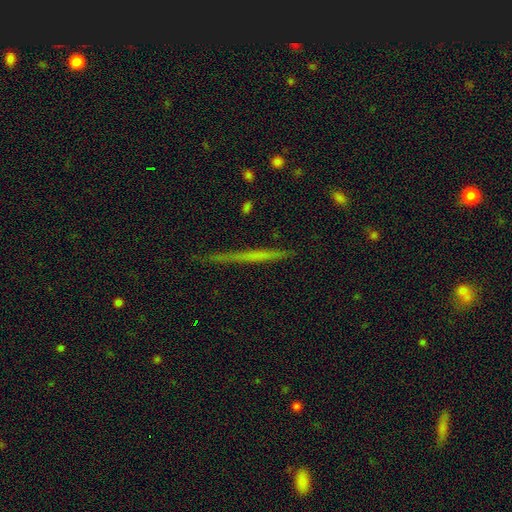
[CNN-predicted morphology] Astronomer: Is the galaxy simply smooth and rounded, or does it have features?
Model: featured or disk — 52% (runner-up: smooth, 39%).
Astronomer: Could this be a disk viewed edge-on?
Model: yes — 97%.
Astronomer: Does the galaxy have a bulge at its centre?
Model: none — 88%.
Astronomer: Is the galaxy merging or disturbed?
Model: none — 86%.